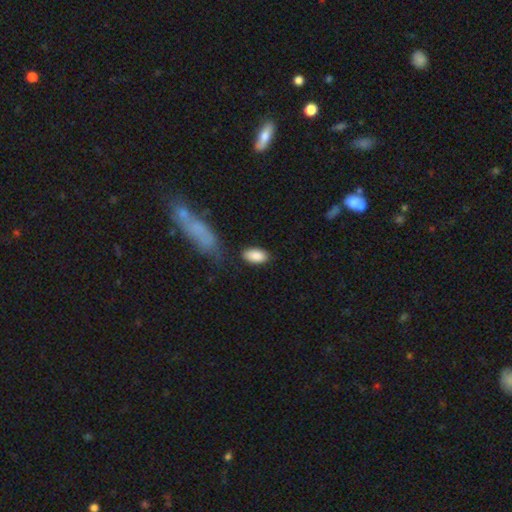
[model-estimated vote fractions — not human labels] This appears to be a smooth galaxy with no disk features (89%) that is in between round and cigar-shaped (93%). Merging: none (80%).